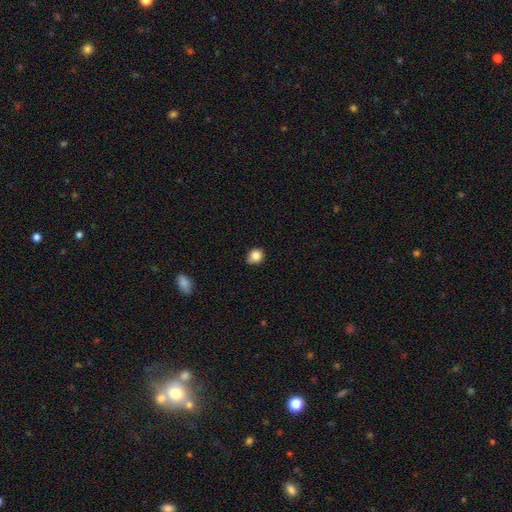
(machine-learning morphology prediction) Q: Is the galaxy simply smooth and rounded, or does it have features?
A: smooth — 84%.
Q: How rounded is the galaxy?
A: round — 79%.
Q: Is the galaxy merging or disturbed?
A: none — 68%.